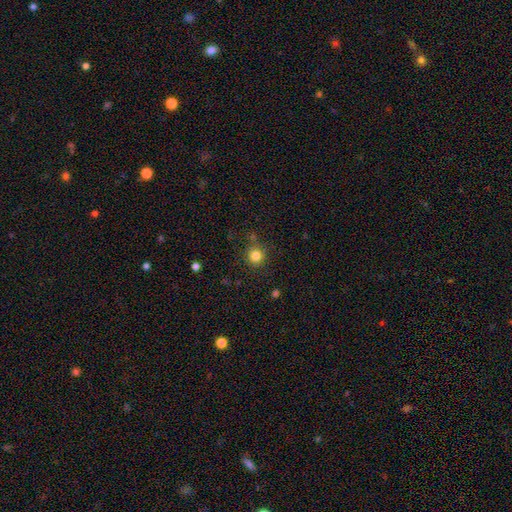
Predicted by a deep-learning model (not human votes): Q: Smooth or featured?
A: smooth (82%); runner-up: star or artifact (13%)
Q: How rounded?
A: round (93%); runner-up: in between (6%)
Q: Merging?
A: none (83%); runner-up: minor disturbance (10%)